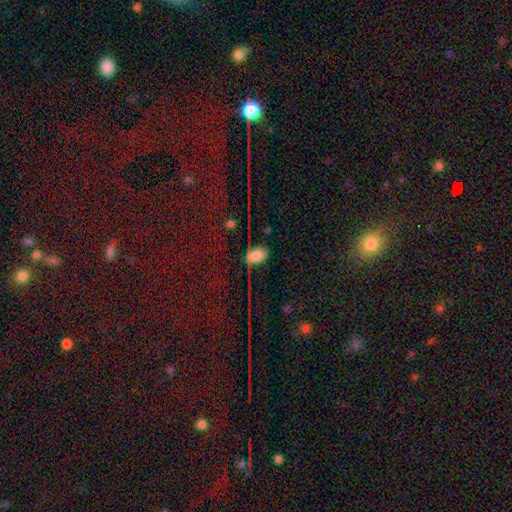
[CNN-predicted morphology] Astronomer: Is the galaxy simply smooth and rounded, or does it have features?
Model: smooth — 63%.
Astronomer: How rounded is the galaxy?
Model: in between — 87%.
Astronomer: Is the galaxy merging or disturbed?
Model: none — 53%.